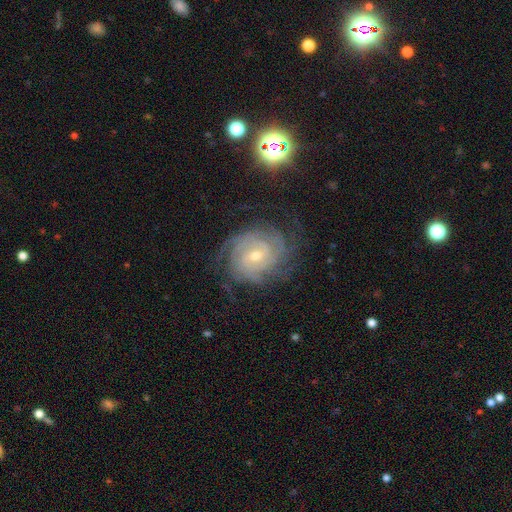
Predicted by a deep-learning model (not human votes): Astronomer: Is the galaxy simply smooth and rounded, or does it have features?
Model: featured or disk — 87%.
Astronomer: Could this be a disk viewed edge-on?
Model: no — 97%.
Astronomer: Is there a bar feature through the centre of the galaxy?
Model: no — 50% (runner-up: weak, 40%).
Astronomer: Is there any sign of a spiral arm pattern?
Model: yes — 97%.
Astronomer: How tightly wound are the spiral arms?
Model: tight — 76%.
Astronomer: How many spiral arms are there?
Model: can't tell — 30% (runner-up: 4, 21%).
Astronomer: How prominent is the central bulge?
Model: small — 54% (runner-up: moderate, 43%).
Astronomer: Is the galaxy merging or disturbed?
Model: none — 75%.